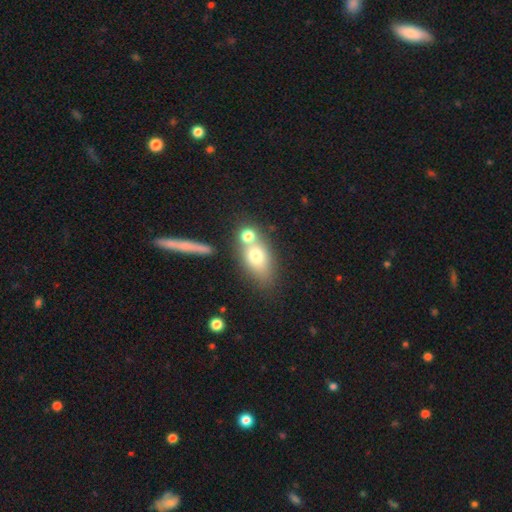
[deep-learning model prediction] The model was most divided on "merging": none: 46%, merger: 38%, minor disturbance: 11%, major disturbance: 5%. More confident: smooth or featured — smooth (67%); how rounded — in between (65%).